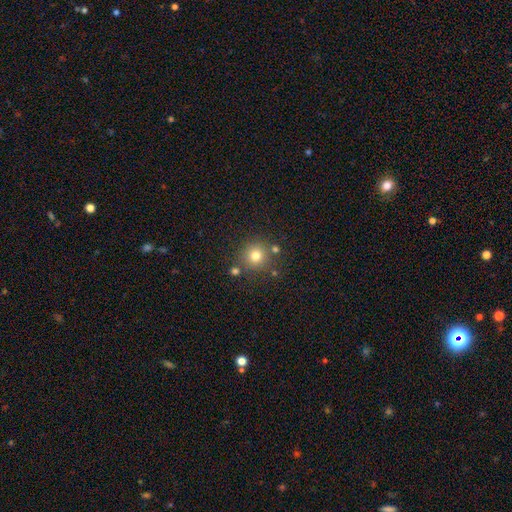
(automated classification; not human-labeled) smooth-or-featured: smooth: 77% | star or artifact: 14% | featured or disk: 8%
  how-rounded: round: 94% | in between: 5% | cigar-shaped: 1%
  merging: none: 79% | minor disturbance: 9% | merger: 9% | major disturbance: 3%